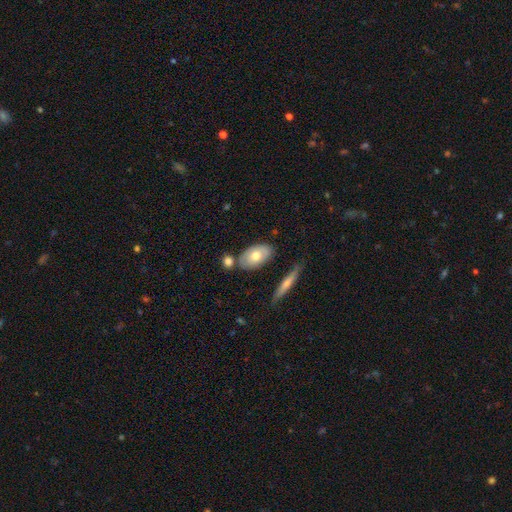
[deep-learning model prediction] Morphology: type=smooth (65%); roundness=in between (89%); merging=none (68%).